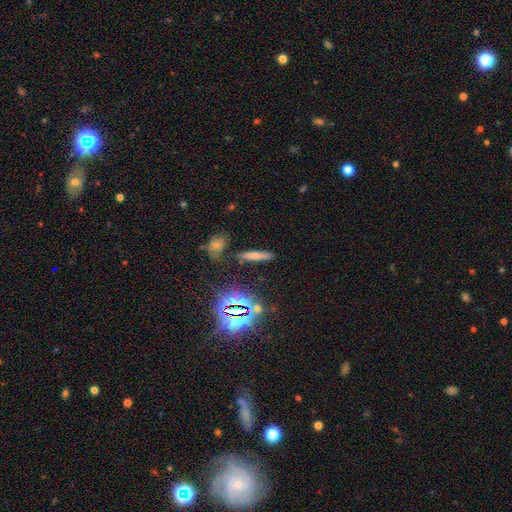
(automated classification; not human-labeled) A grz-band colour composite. It shows a smooth galaxy with no disk features (55%) that is cigar-shaped (81%). Merging: none (84%).